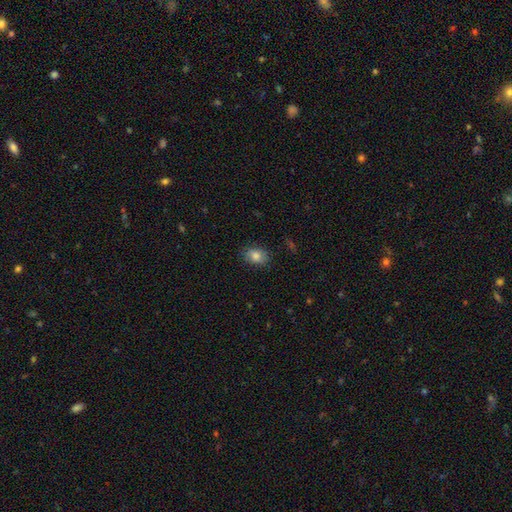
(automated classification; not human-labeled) Smooth or featured? smooth (83%)
How rounded? in between (73%)
Merging? none (82%)